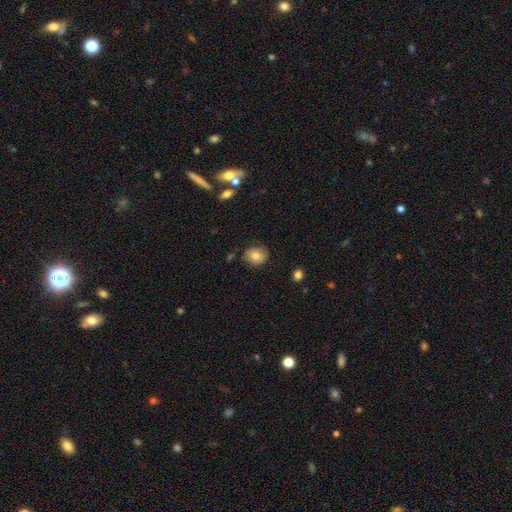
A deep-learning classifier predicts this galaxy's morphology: Smooth or featured?
  - smooth: 74% *
  - featured or disk: 17%
  - star or artifact: 10%
How rounded?
  - round: 64% *
  - in between: 35%
  - cigar-shaped: 1%
Merging?
  - none: 77% *
  - minor disturbance: 17%
  - major disturbance: 4%
  - merger: 2%